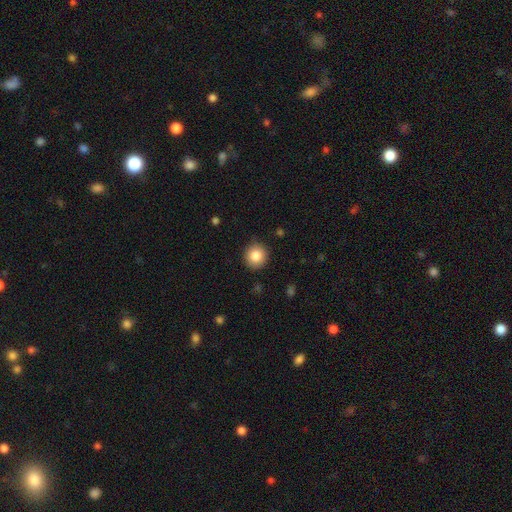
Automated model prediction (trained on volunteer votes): Overall: smooth (85%). How rounded: round (92%). Merging: none (90%).